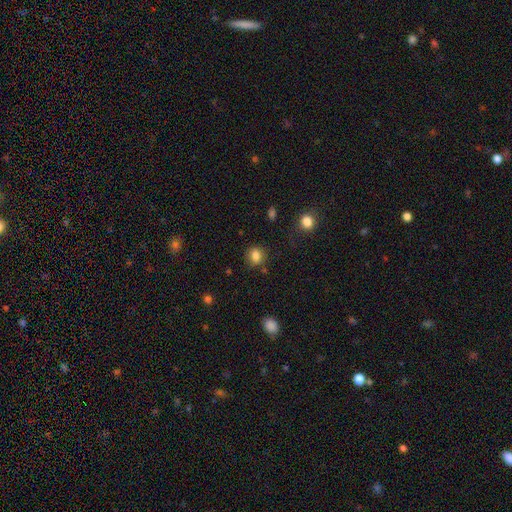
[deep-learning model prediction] This is clearly a smooth galaxy (83%). How rounded: possibly round (59%). Merging: likely none (79%).